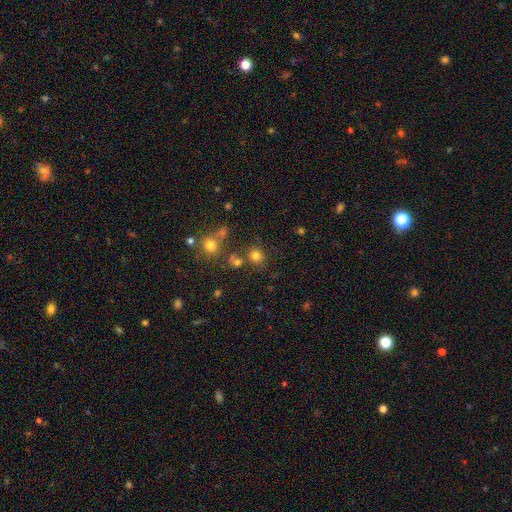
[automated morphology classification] Overall: smooth (75%). How rounded: round (87%). Merging: none (74%).